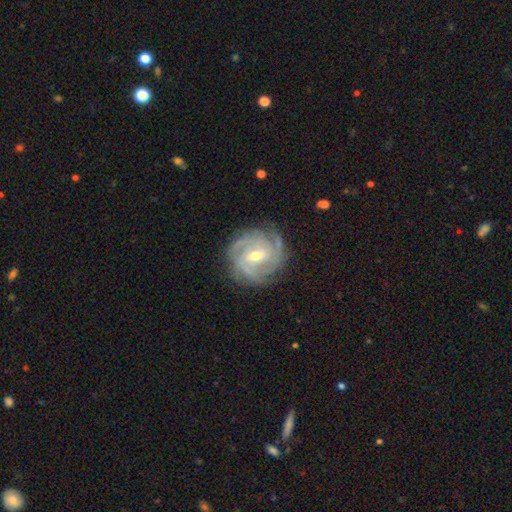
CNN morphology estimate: Overall: featured or disk (89%). Edge-on disk: no (97%). Bar: weak (54%; no 24%). Spiral arms: yes (97%). Spiral arm count: 3 (35%; 4 24%). Spiral winding: tight (69%). Bulge size: moderate (55%; small 42%). Merging: none (81%).